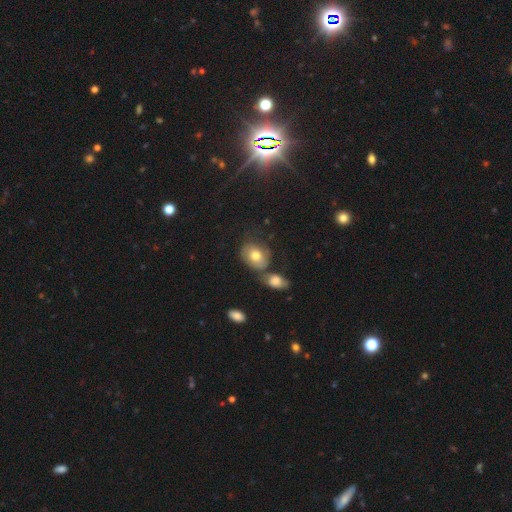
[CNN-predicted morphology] Smooth or featured: smooth — 64% (featured or disk — 27%)
How rounded: in between — 62% (round — 37%)
Merging: none — 47% (merger — 24%)